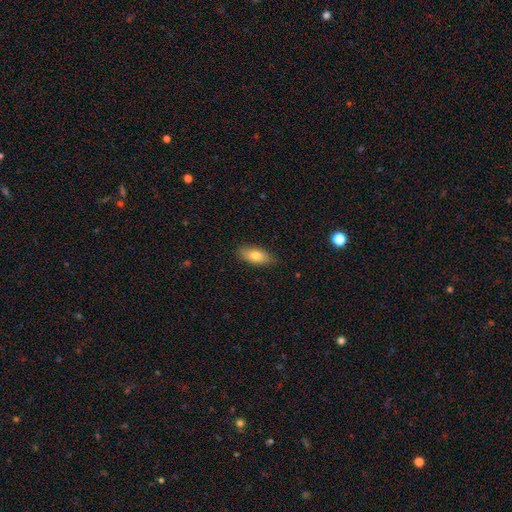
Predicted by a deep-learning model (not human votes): A smooth galaxy with no disk features (76%) that is in between round and cigar-shaped (85%). Merging: none (86%).